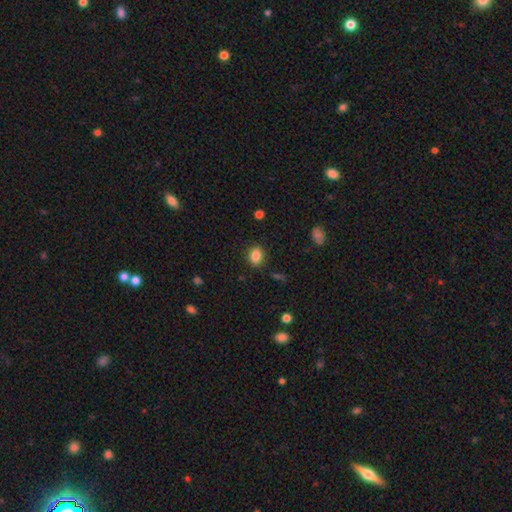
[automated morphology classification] A smooth galaxy with no disk features (85%) that is in between round and cigar-shaped (59%).

Vote fractions:
- Smooth or featured? smooth: 85% / star or artifact: 10% / featured or disk: 6%
- How rounded? in between: 59% / round: 40% / cigar-shaped: 1%
- Merging? none: 86% / minor disturbance: 10% / major disturbance: 3% / merger: 1%